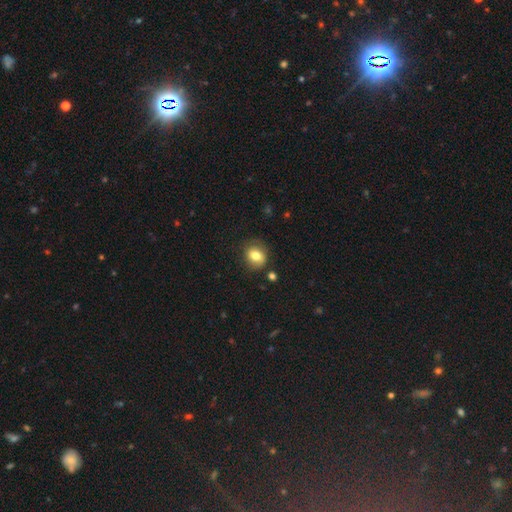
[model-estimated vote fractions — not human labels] Overall: smooth (76%). How rounded: round (64%; in between 35%). Merging: none (76%).